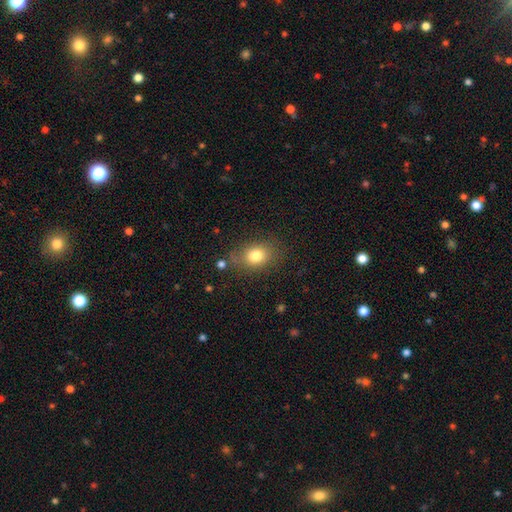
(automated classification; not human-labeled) Morphology: type=smooth (80%); roundness=in between (62%); merging=none (73%).